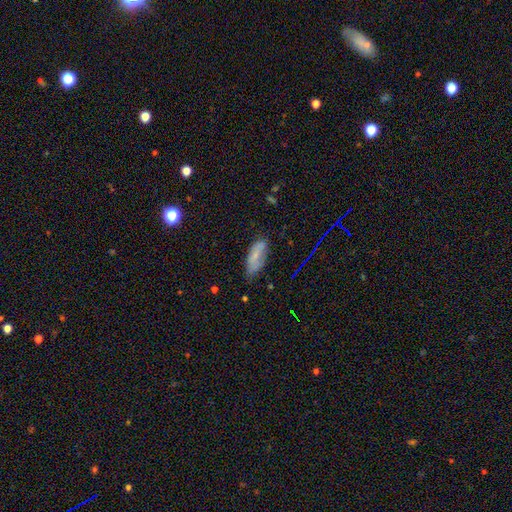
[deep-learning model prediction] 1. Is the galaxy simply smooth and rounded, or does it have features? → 60% smooth, 28% featured or disk, 12% star or artifact.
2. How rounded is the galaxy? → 78% in between, 19% cigar-shaped, 3% round.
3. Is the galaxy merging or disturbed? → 60% none, 30% minor disturbance, 8% major disturbance, 2% merger.